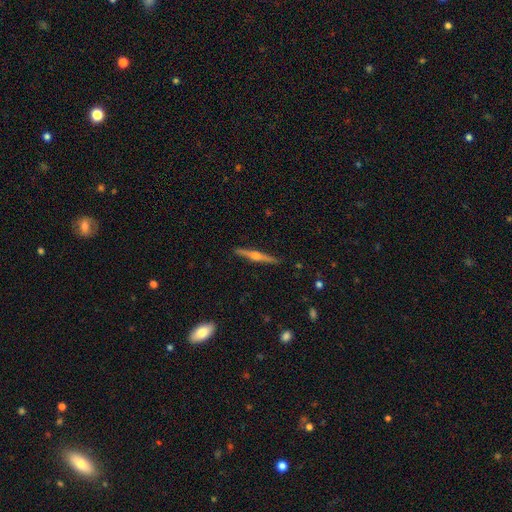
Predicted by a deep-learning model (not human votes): Overall: featured or disk (76%). Edge-on disk: yes (98%). Edge-on bulge: rounded (90%). Merging: none (91%).